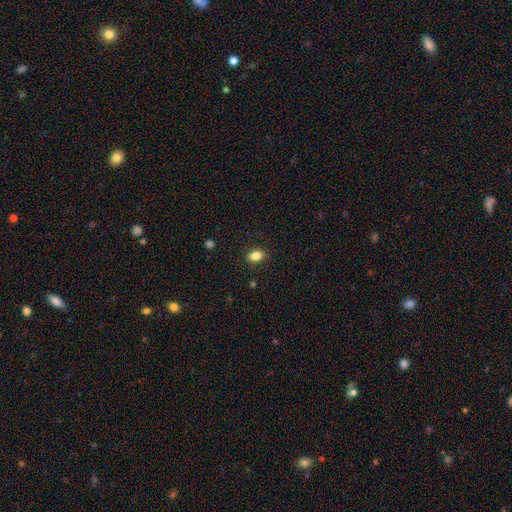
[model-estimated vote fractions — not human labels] A smooth galaxy with no disk features (84%) that is in between round and cigar-shaped (81%). Merging: none (88%).